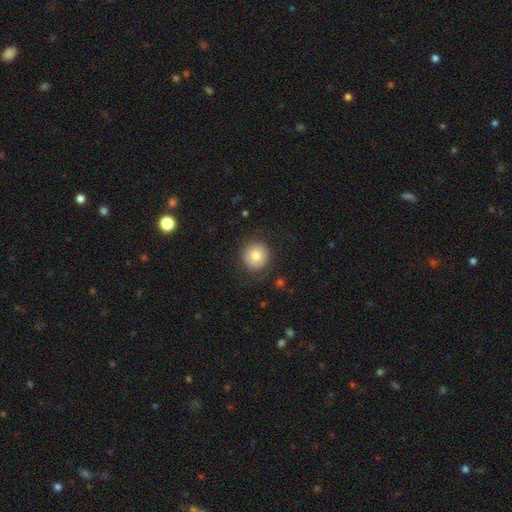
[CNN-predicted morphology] A smooth galaxy with no disk features (80%) that is round (93%). Merging: none (81%).